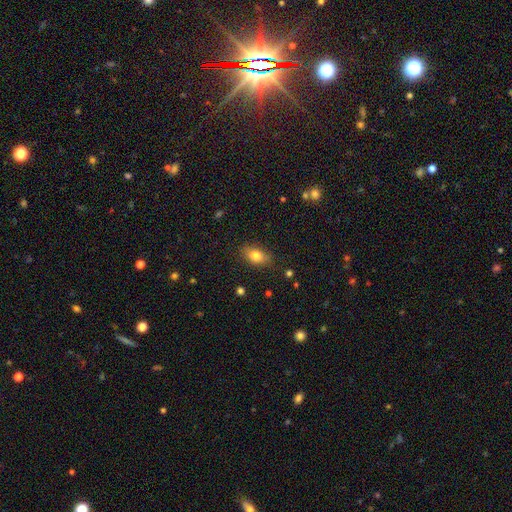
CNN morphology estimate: Q: Smooth or featured?
A: smooth (79%); runner-up: featured or disk (12%)
Q: How rounded?
A: in between (81%); runner-up: round (14%)
Q: Merging?
A: none (81%); runner-up: minor disturbance (14%)